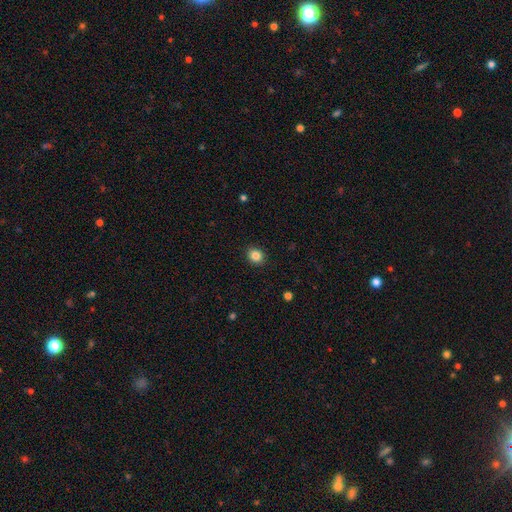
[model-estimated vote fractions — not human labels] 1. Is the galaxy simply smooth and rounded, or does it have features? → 85% smooth, 10% star or artifact, 5% featured or disk.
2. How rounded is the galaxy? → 71% round, 28% in between, 1% cigar-shaped.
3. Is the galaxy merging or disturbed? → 91% none, 6% minor disturbance, 2% major disturbance, 1% merger.